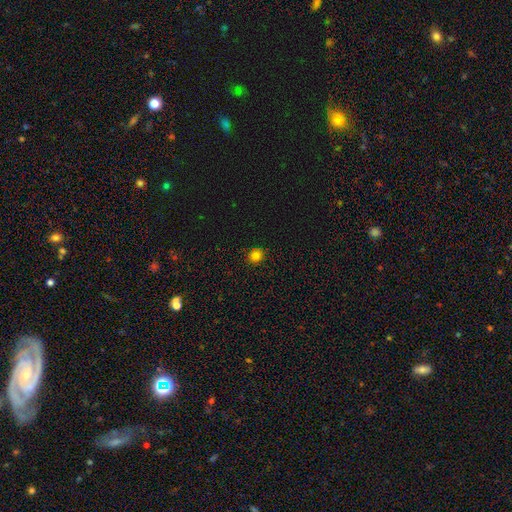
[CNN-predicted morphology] smooth_or_featured: smooth (p=0.79) [alt: star or artifact p=0.15]
how_rounded: round (p=0.84) [alt: in between p=0.15]
merging: none (p=0.90) [alt: minor disturbance p=0.07]